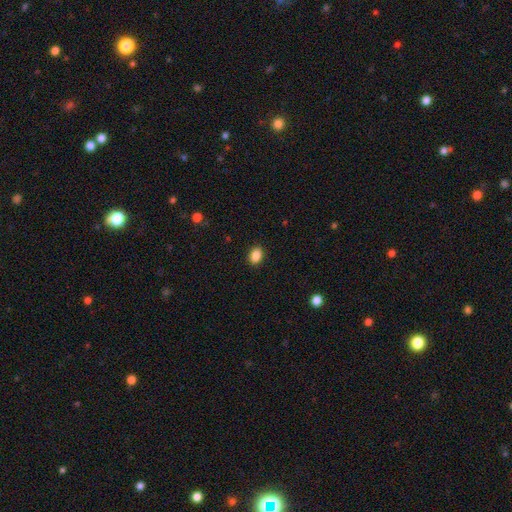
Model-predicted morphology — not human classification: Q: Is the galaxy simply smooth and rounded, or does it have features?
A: smooth — 87%.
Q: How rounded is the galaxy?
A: in between — 71%.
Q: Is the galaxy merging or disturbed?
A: none — 90%.